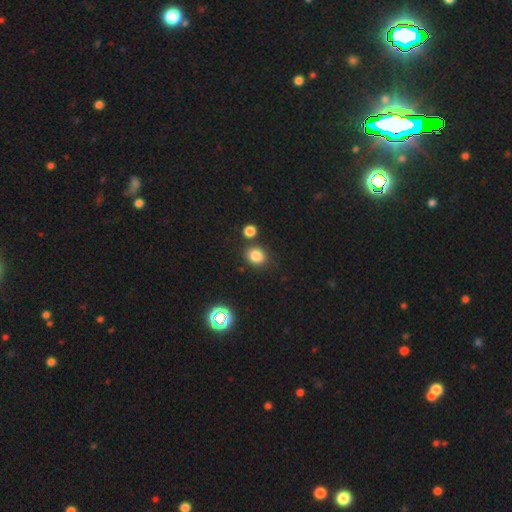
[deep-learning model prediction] Overall: smooth (81%). How rounded: round (61%; in between 38%). Merging: none (78%).